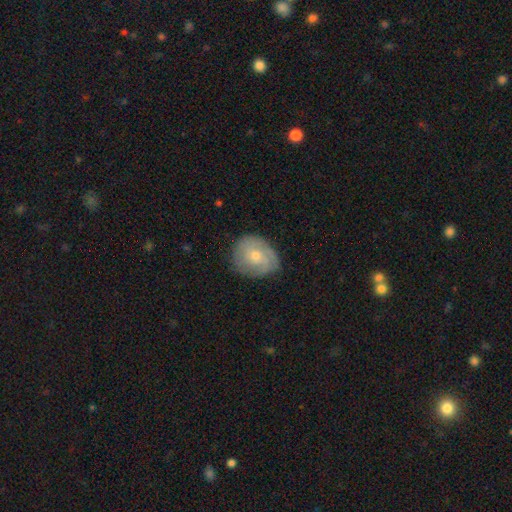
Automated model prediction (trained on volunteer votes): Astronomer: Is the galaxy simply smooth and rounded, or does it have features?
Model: featured or disk — 54% (runner-up: smooth, 39%).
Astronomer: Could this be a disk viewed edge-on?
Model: no — 96%.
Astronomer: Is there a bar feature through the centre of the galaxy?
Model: no — 78%.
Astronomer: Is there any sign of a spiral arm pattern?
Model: yes — 77%.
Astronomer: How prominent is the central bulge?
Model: small — 52% (runner-up: moderate, 44%).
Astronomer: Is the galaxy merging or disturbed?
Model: none — 75%.